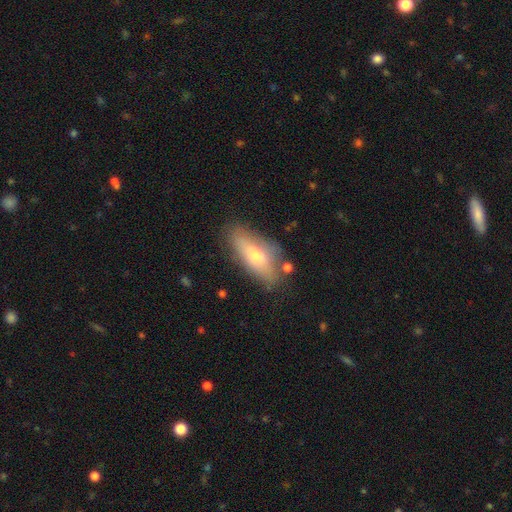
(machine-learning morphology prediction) The model was most divided on "smooth or featured": smooth: 62%, featured or disk: 31%, star or artifact: 7%. More confident: merging — none (72%); how rounded — in between (69%).